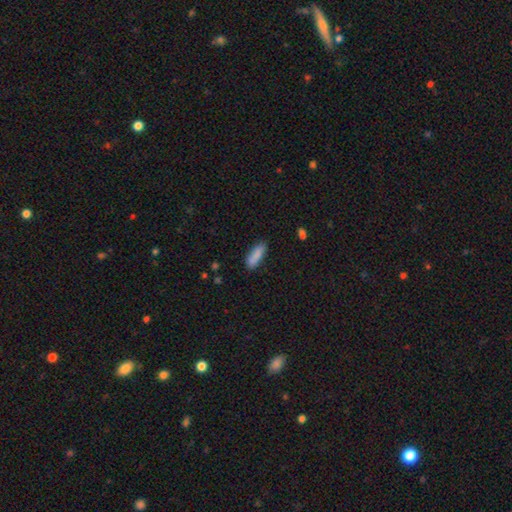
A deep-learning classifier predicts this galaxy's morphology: This appears to be a smooth galaxy with no disk features (86%) that is in between round and cigar-shaped (50%). Merging: none (80%).